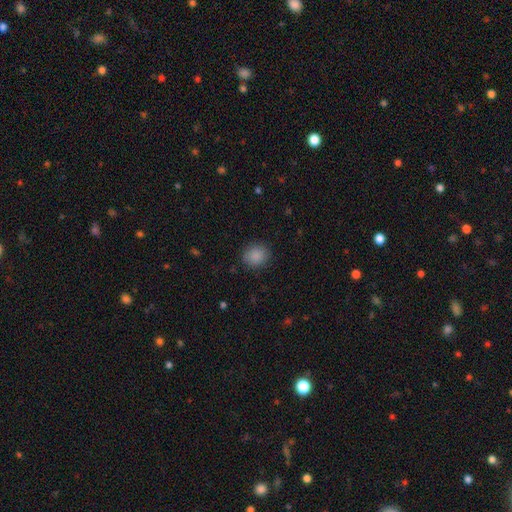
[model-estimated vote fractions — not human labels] Q: Smooth or featured?
A: smooth (88%); runner-up: star or artifact (9%)
Q: How rounded?
A: round (73%); runner-up: in between (26%)
Q: Merging?
A: none (88%); runner-up: minor disturbance (9%)